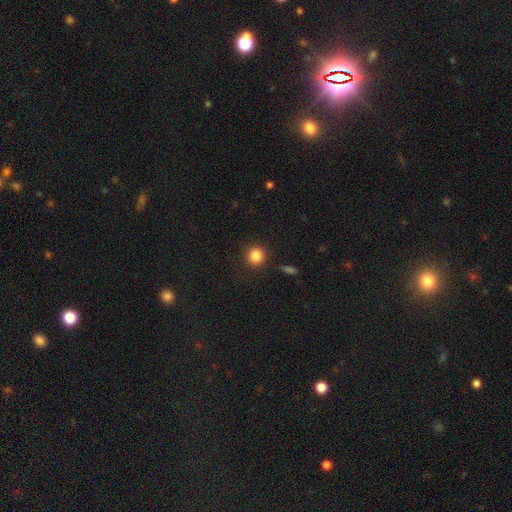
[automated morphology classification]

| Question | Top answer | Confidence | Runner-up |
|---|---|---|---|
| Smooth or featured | smooth | 85% | star or artifact (11%) |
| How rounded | round | 92% | in between (7%) |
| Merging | none | 90% | minor disturbance (6%) |